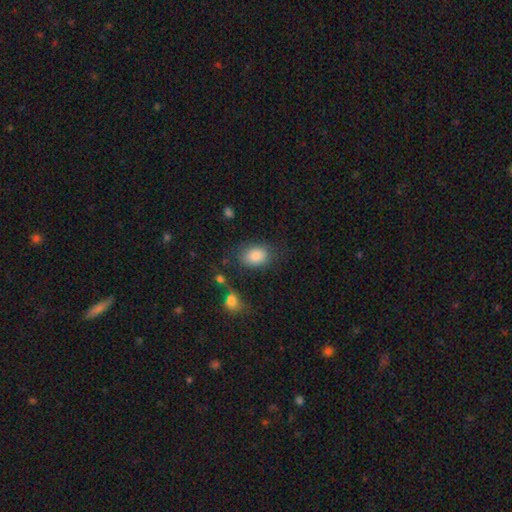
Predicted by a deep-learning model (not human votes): A smooth galaxy with no disk features (85%) that is in between round and cigar-shaped (80%). Merging: none (70%).